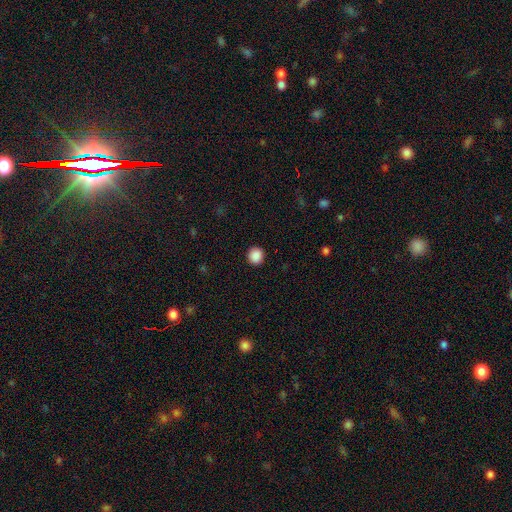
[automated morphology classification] Smooth or featured? smooth (89%)
How rounded? round (89%)
Merging? none (92%)